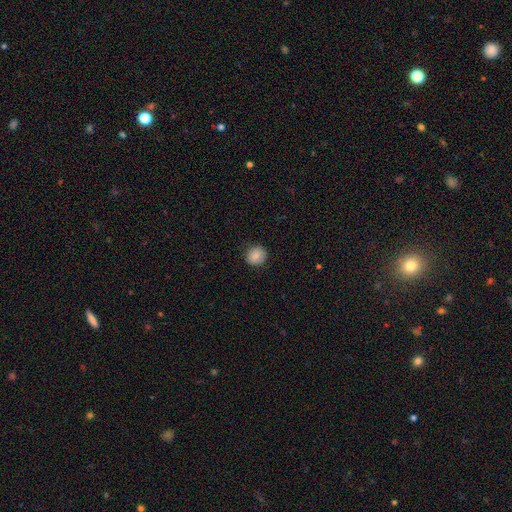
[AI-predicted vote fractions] The model was most divided on "how rounded": round: 85%, in between: 14%, cigar-shaped: 1%. More confident: merging — none (87%); smooth or featured — smooth (86%).